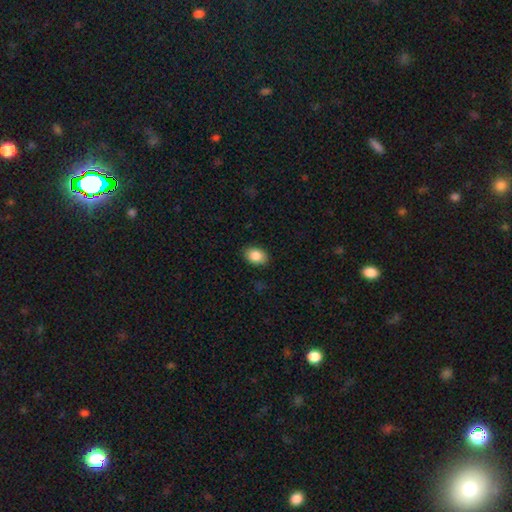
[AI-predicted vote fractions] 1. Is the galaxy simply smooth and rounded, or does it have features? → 86% smooth, 8% star or artifact, 6% featured or disk.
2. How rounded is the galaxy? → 82% in between, 17% round, 1% cigar-shaped.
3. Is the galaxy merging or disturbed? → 88% none, 9% minor disturbance, 2% major disturbance, 1% merger.